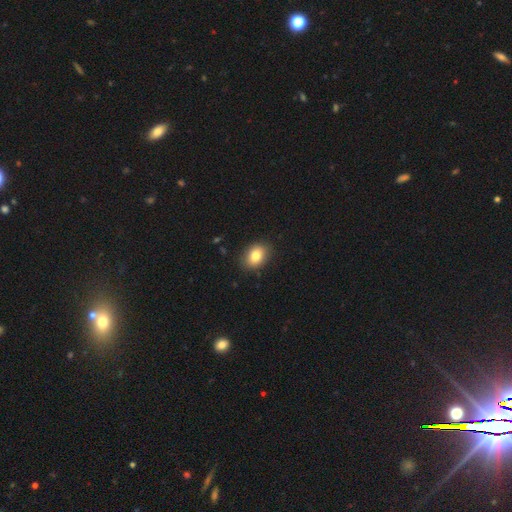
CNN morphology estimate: Q: Smooth or featured?
A: smooth (82%); runner-up: featured or disk (10%)
Q: How rounded?
A: in between (72%); runner-up: round (27%)
Q: Merging?
A: none (87%); runner-up: minor disturbance (10%)